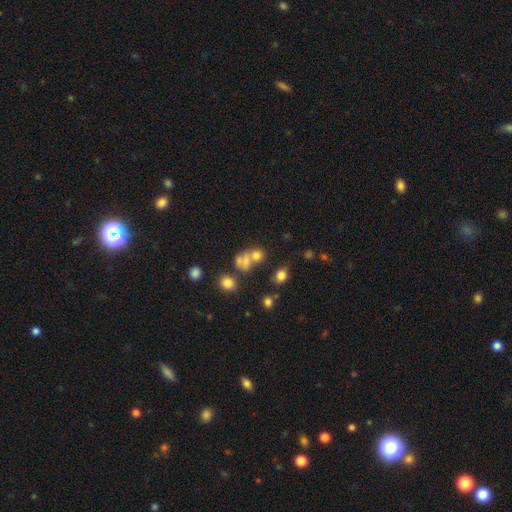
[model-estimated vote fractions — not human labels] smooth-or-featured: smooth: 45% | star or artifact: 40% | featured or disk: 15%
  merging: none: 48% | merger: 37% | minor disturbance: 9% | major disturbance: 6%